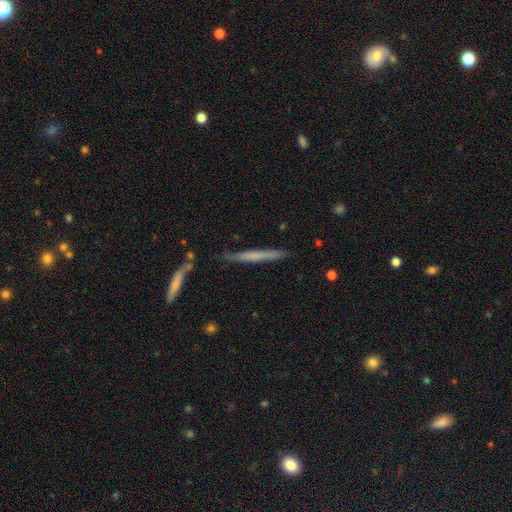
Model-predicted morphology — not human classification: smooth-or-featured: smooth: 51% | featured or disk: 42% | star or artifact: 6%
  how-rounded: cigar-shaped: 96% | in between: 2% | round: 2%
  merging: none: 77% | minor disturbance: 15% | merger: 5% | major disturbance: 3%